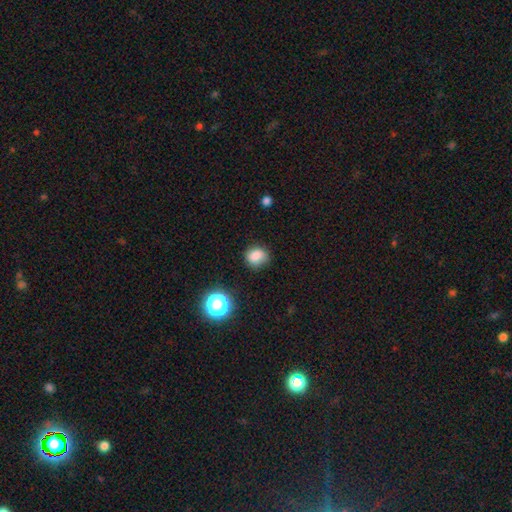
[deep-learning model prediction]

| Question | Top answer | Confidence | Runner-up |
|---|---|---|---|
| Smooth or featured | smooth | 82% | star or artifact (11%) |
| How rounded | round | 69% | in between (30%) |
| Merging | none | 71% | minor disturbance (22%) |